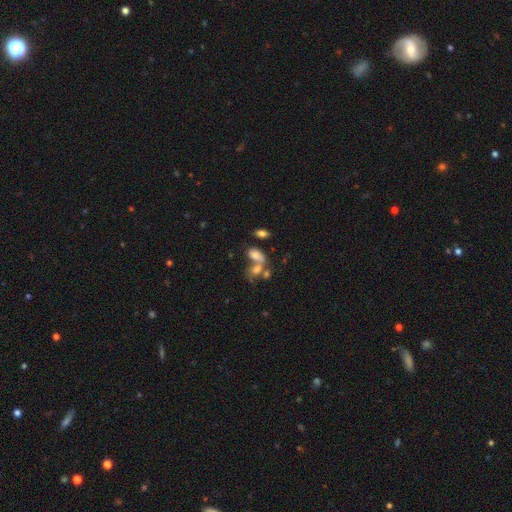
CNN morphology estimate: type=smooth (71%); roundness=in between (86%); merging=merger (50%).